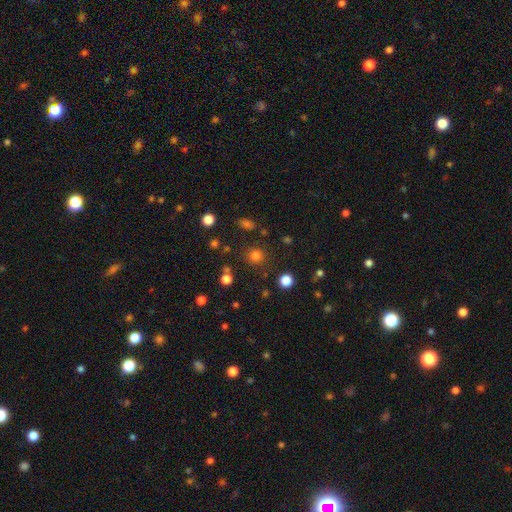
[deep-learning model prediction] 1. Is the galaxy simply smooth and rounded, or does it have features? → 77% smooth, 17% star or artifact, 5% featured or disk.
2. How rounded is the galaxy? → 91% round, 8% in between, 1% cigar-shaped.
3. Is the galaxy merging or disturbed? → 86% none, 8% minor disturbance, 4% merger, 3% major disturbance.